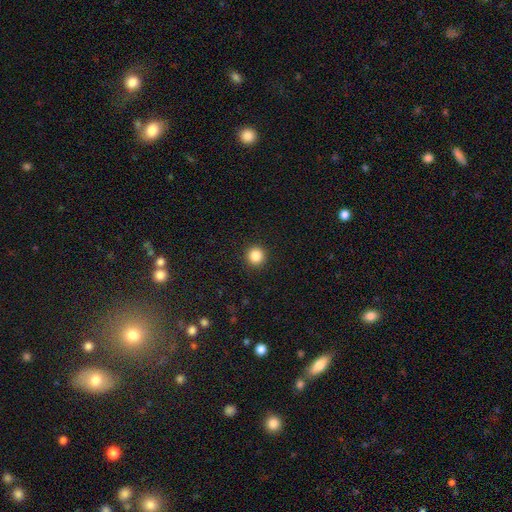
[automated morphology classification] This is clearly a smooth galaxy (86%). How rounded: clearly round (96%). Merging: clearly none (93%).